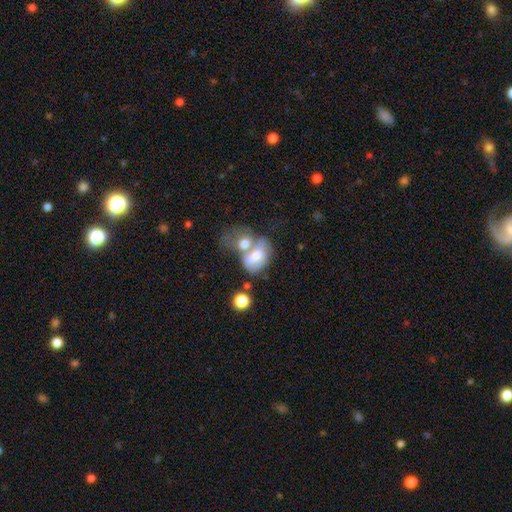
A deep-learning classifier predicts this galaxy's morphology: Overall: smooth (54%; featured or disk 37%). How rounded: in between (71%). Merging: merger (66%).